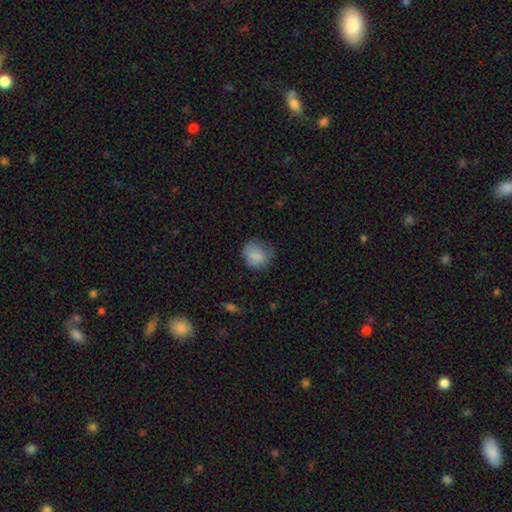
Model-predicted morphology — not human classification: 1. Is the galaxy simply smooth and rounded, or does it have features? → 83% smooth, 9% featured or disk, 8% star or artifact.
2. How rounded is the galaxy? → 73% round, 26% in between, 1% cigar-shaped.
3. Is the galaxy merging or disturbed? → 57% none, 29% minor disturbance, 12% major disturbance, 1% merger.